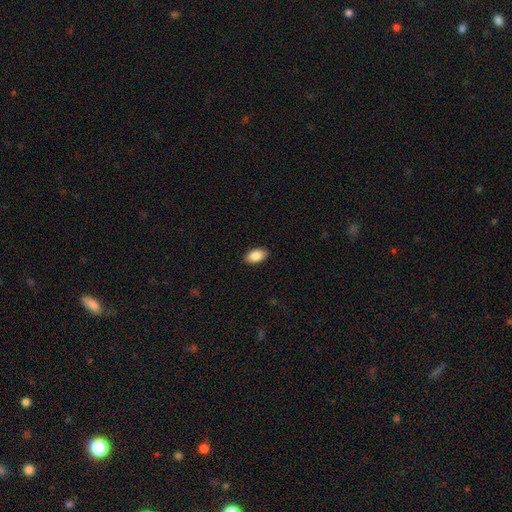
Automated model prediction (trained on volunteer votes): Smooth or featured? Predicted: smooth (p=0.88). How rounded? Predicted: in between (p=0.94). Merging? Predicted: none (p=0.89).